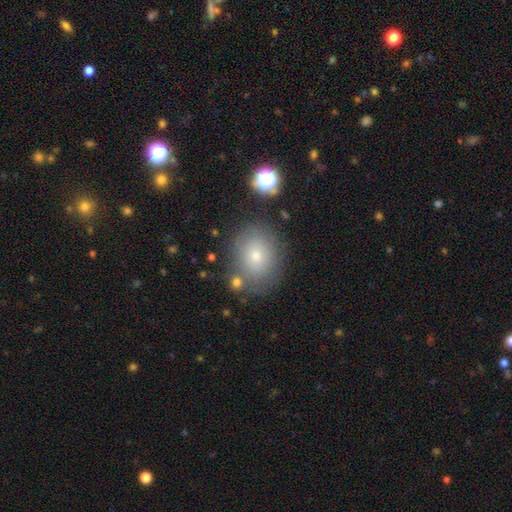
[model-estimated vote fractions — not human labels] Smooth or featured?
  - smooth: 69% *
  - featured or disk: 18%
  - star or artifact: 13%
How rounded?
  - round: 59% *
  - in between: 40%
  - cigar-shaped: 1%
Merging?
  - none: 77% *
  - minor disturbance: 14%
  - merger: 5%
  - major disturbance: 4%